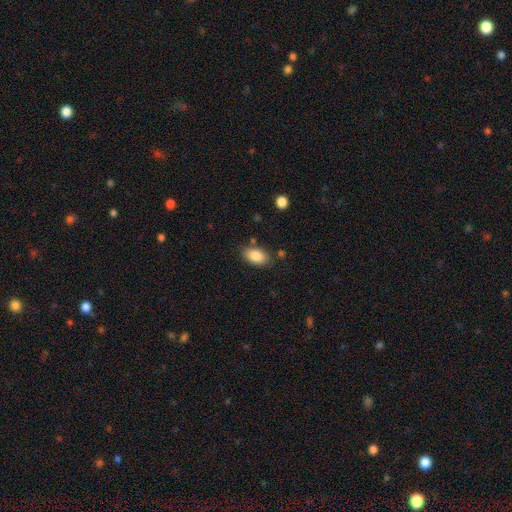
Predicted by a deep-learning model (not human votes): Morphology: type=smooth (86%); roundness=in between (91%); merging=none (80%).